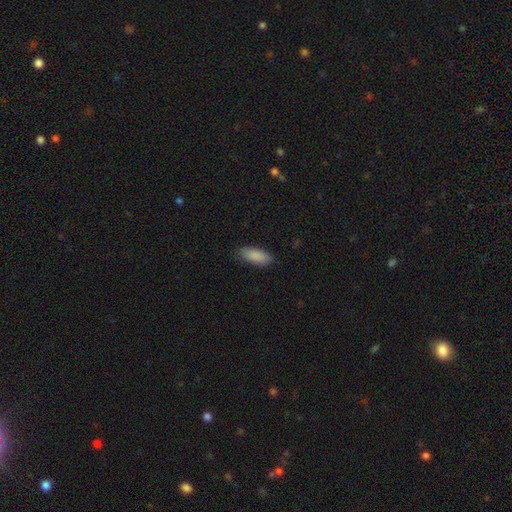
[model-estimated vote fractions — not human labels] Morphology: type=smooth (89%); roundness=in between (81%); merging=none (84%).